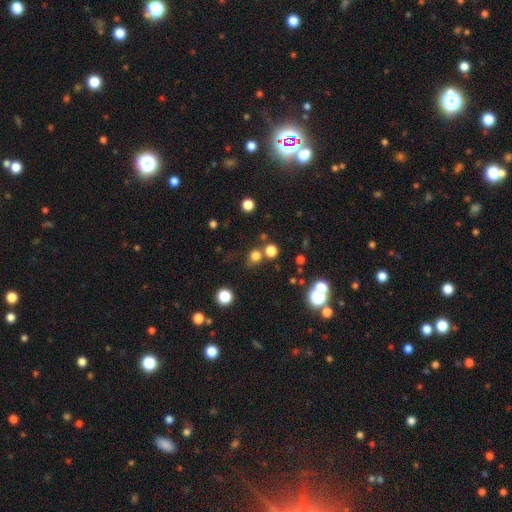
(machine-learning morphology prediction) Smooth or featured: smooth — 71% (star or artifact — 22%)
How rounded: round — 88% (in between — 11%)
Merging: none — 70% (merger — 16%)